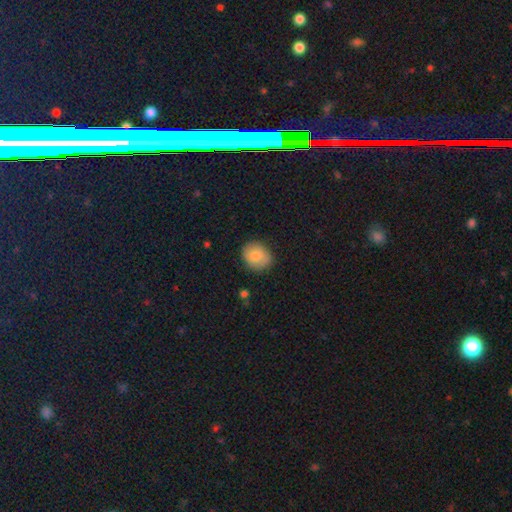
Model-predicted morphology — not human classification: type=smooth (74%); roundness=round (66%); merging=none (81%).